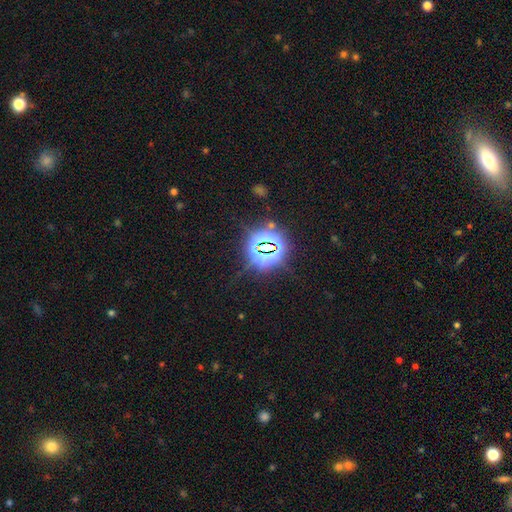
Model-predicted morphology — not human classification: Smooth or featured?
  - star or artifact: 81% *
  - smooth: 12%
  - featured or disk: 8%